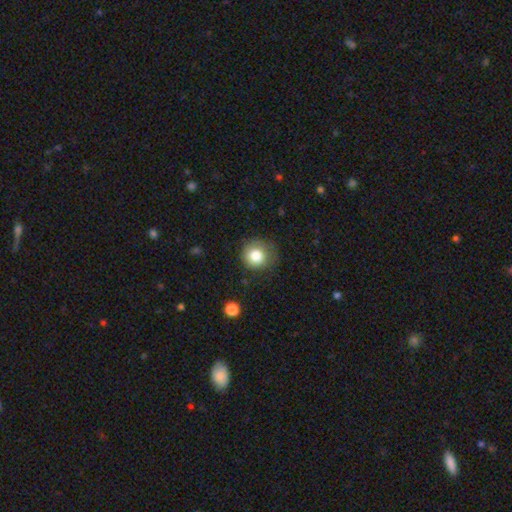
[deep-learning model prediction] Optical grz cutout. It shows a smooth galaxy with no disk features (82%) that is round (91%). Merging: none (73%).